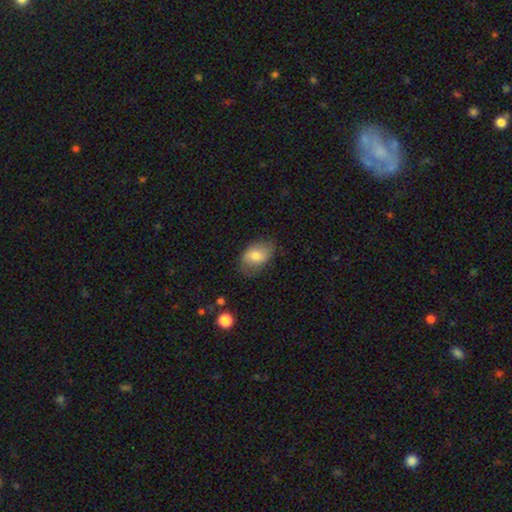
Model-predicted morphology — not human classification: This appears to be a smooth galaxy with no disk features (75%) that is in between round and cigar-shaped (87%). Merging: none (67%).